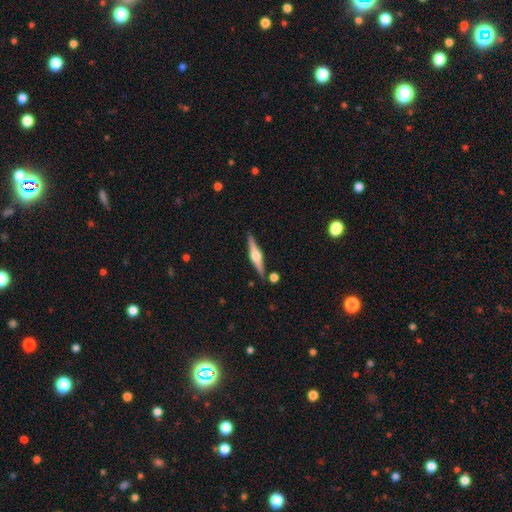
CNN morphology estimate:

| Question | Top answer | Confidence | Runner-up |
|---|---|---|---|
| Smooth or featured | featured or disk | 78% | smooth (16%) |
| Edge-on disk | yes | 98% | no (2%) |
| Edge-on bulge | rounded | 93% | boxy (6%) |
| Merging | none | 87% | minor disturbance (8%) |